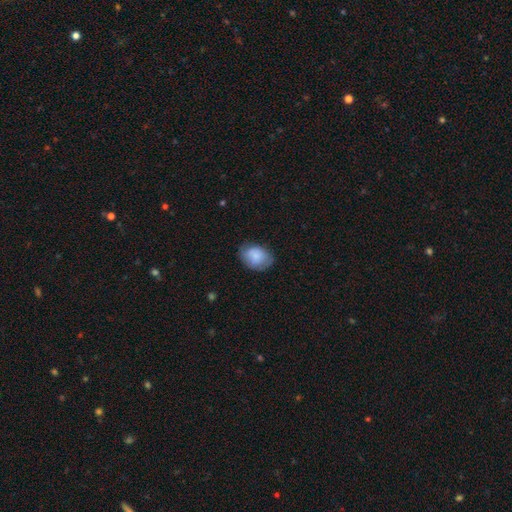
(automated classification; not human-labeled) The model was most divided on "merging": none: 67%, minor disturbance: 25%, major disturbance: 7%, merger: 1%. More confident: smooth or featured — smooth (79%); how rounded — in between (73%).